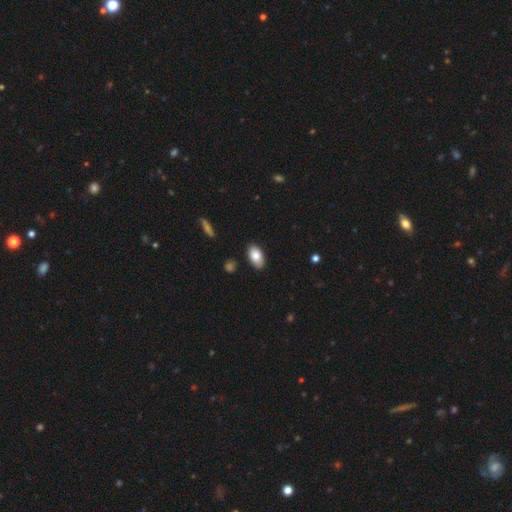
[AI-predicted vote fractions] Smooth or featured: smooth — 82% (featured or disk — 11%)
How rounded: in between — 94% (round — 4%)
Merging: none — 86% (minor disturbance — 11%)